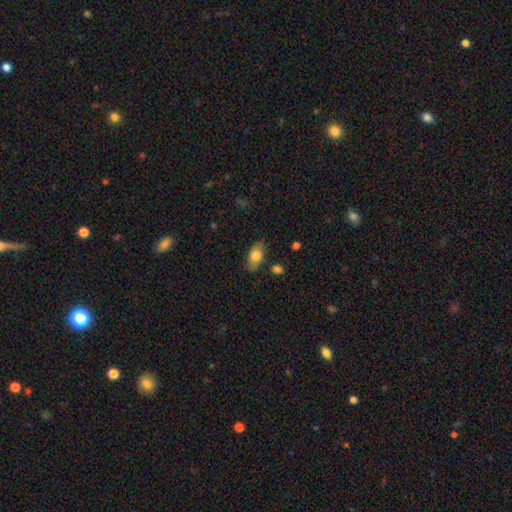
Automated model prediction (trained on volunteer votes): Q: Smooth or featured?
A: smooth (74%); runner-up: featured or disk (19%)
Q: How rounded?
A: in between (88%); runner-up: round (6%)
Q: Merging?
A: none (79%); runner-up: minor disturbance (15%)